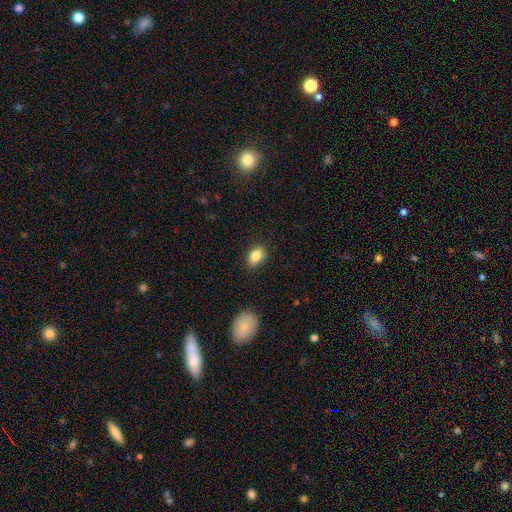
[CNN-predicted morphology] Smooth or featured? Predicted: smooth (p=0.84). How rounded? Predicted: in between (p=0.86). Merging? Predicted: none (p=0.84).